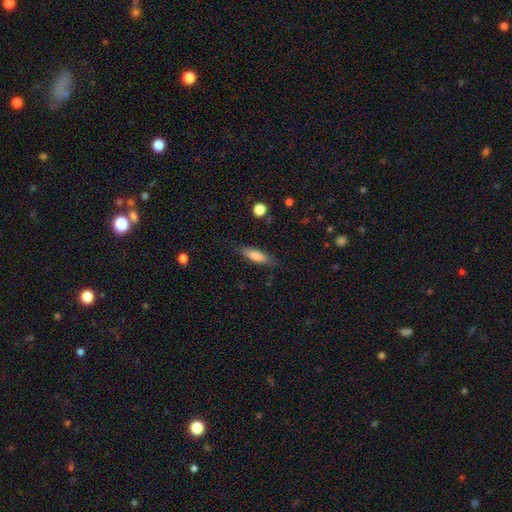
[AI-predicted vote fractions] Overall: smooth (76%). How rounded: in between (52%; cigar-shaped 46%). Merging: none (80%).